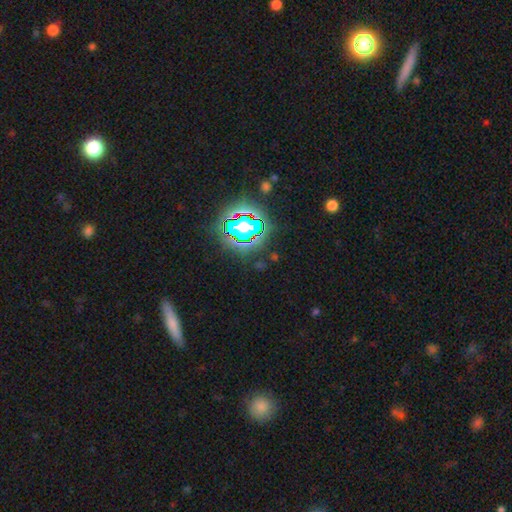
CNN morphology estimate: Smooth or featured: star or artifact — 76% (smooth — 14%)